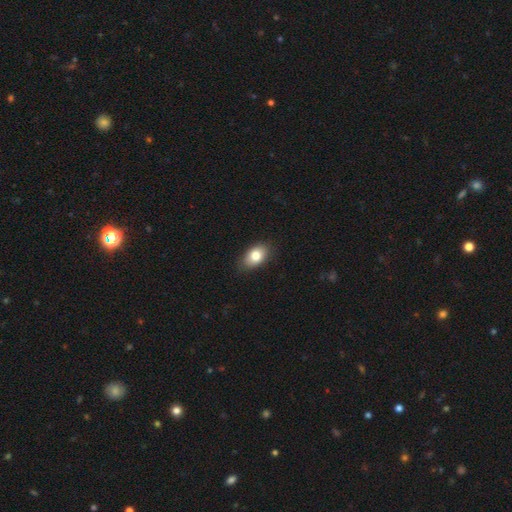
smooth 86%, featured or disk 11%, star or artifact 3%. Down the decision tree: how rounded — in between (87%); merging — none (86%).